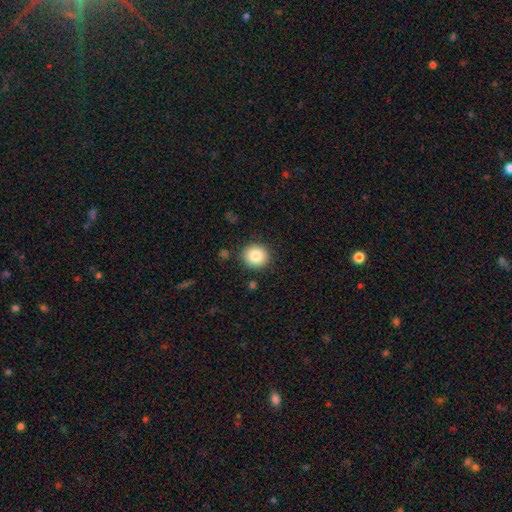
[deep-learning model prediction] A smooth galaxy with no disk features (85%) that is round (86%).

Vote fractions:
- Smooth or featured? smooth: 85% / star or artifact: 9% / featured or disk: 6%
- How rounded? round: 86% / in between: 13% / cigar-shaped: 1%
- Merging? none: 88% / minor disturbance: 8% / major disturbance: 2% / merger: 2%